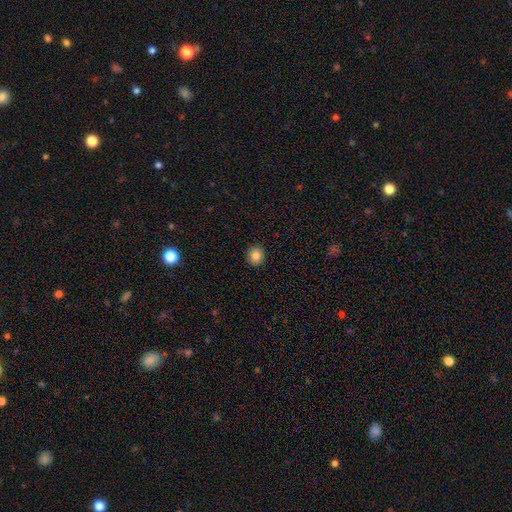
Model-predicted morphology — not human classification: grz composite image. It shows a smooth galaxy with no disk features (84%) that is round (77%). Merging: none (91%).